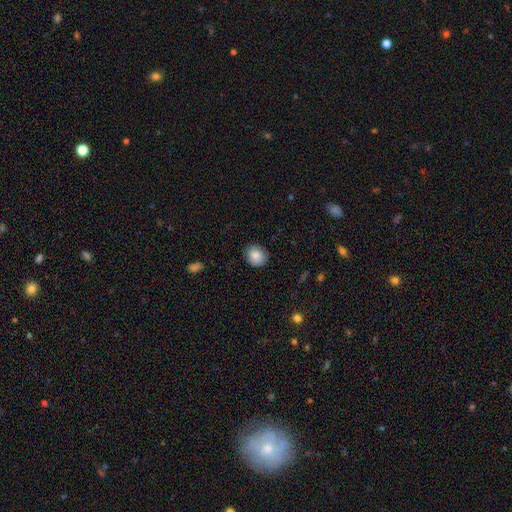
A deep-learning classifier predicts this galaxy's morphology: Smooth or featured? Predicted: smooth (p=0.87). How rounded? Predicted: round (p=0.68). Merging? Predicted: none (p=0.84).